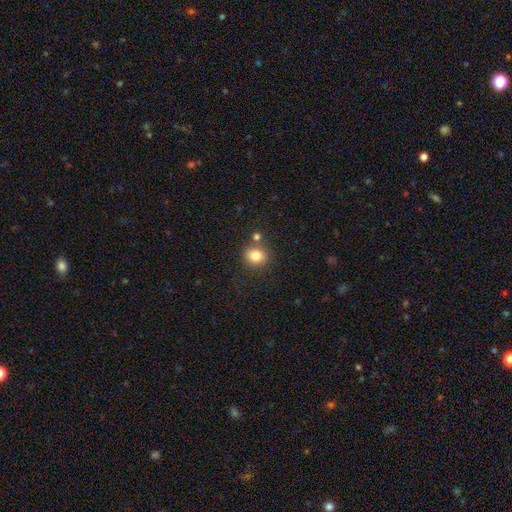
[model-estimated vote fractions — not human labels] smooth_or_featured: smooth (p=0.82) [alt: star or artifact p=0.11]
how_rounded: round (p=0.81) [alt: in between p=0.18]
merging: none (p=0.76) [alt: merger p=0.12]